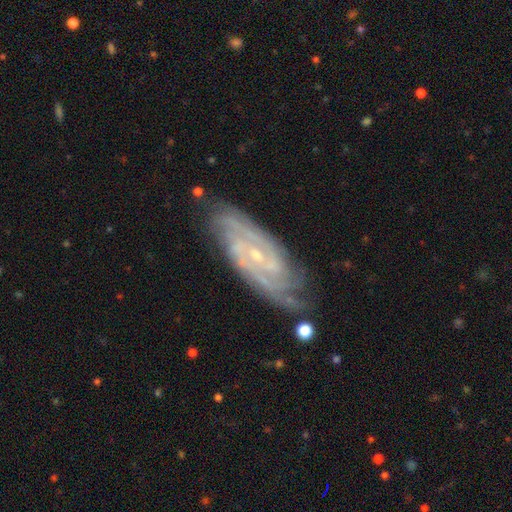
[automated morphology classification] This is clearly a featured or disk galaxy (89%). It is clearly not viewed edge-on (92%). Bar: marginally no (44%). Spiral arm pattern: clearly yes (98%). Spiral arm count: marginally 2 (37%). Spiral winding: likely tight (63%). Central bulge: clearly small (81%). Merging: likely none (77%).